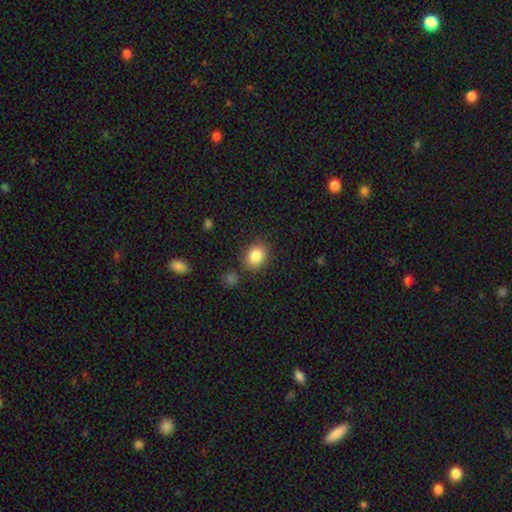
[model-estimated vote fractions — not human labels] smooth-or-featured: smooth: 85% | star or artifact: 9% | featured or disk: 5%
  how-rounded: round: 57% | in between: 42% | cigar-shaped: 1%
  merging: none: 81% | minor disturbance: 11% | merger: 4% | major disturbance: 3%